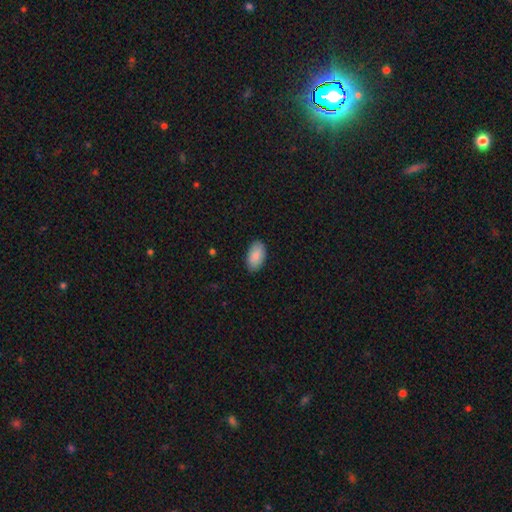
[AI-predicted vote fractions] Smooth or featured: smooth — 90% (star or artifact — 6%)
How rounded: in between — 95% (round — 3%)
Merging: none — 88% (minor disturbance — 9%)